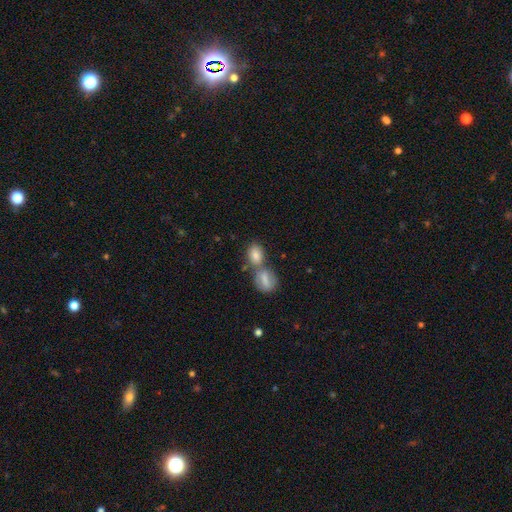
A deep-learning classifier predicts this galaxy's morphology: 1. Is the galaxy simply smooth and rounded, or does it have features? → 77% smooth, 14% featured or disk, 9% star or artifact.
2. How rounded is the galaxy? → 64% in between, 33% round, 3% cigar-shaped.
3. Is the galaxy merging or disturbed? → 47% merger, 39% none, 10% minor disturbance, 4% major disturbance.